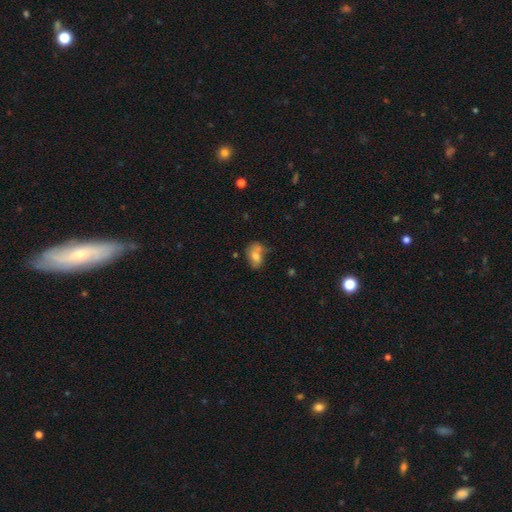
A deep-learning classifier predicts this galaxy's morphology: smooth 70%, featured or disk 20%, star or artifact 10%. Down the decision tree: how rounded — in between (82%); merging — none (38%).